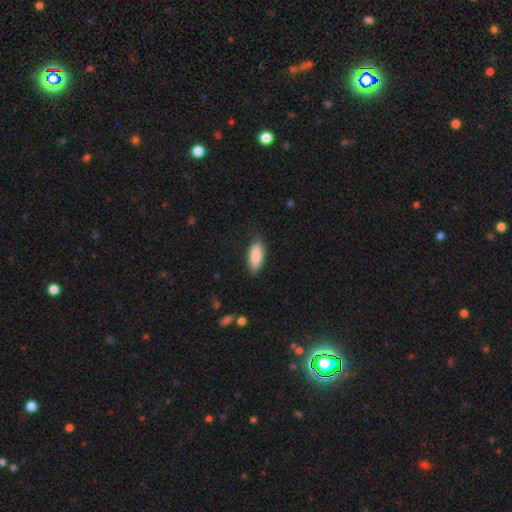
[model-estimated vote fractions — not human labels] A smooth galaxy with no disk features (85%) that is in between round and cigar-shaped (84%).

Vote fractions:
- Smooth or featured? smooth: 85% / featured or disk: 9% / star or artifact: 6%
- How rounded? in between: 84% / cigar-shaped: 15% / round: 2%
- Merging? none: 71% / minor disturbance: 23% / major disturbance: 5% / merger: 1%